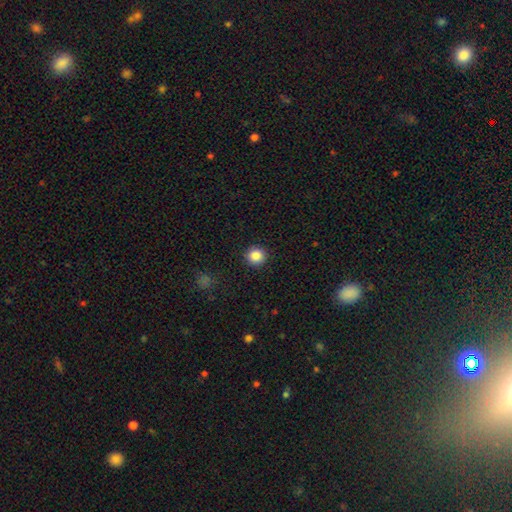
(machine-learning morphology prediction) The model was most divided on "smooth or featured": smooth: 87%, star or artifact: 10%, featured or disk: 3%. More confident: how rounded — round (94%); merging — none (92%).